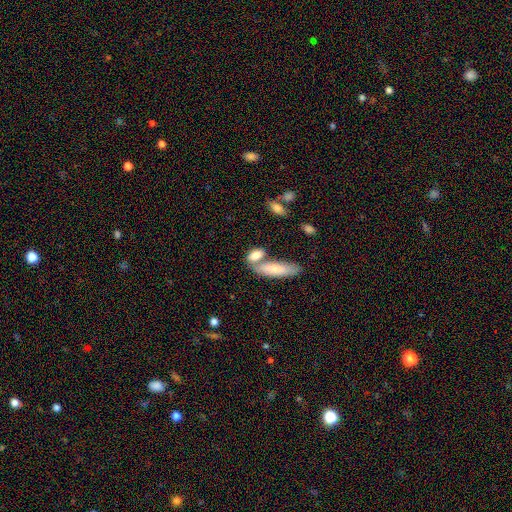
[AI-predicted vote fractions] Smooth or featured: smooth — 78% (featured or disk — 16%)
How rounded: in between — 65% (cigar-shaped — 28%)
Merging: none — 43% (merger — 40%)